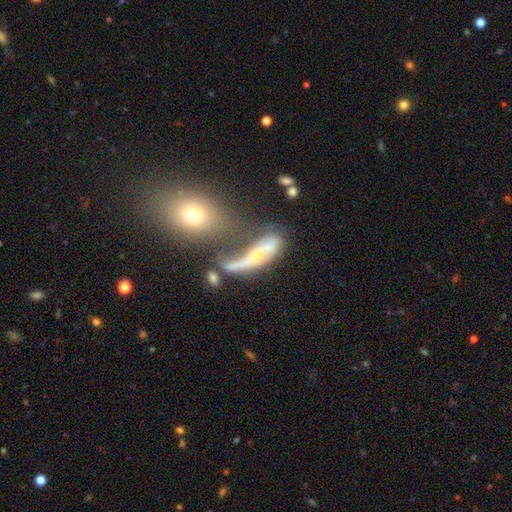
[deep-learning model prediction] This is possibly a featured or disk galaxy (60%). It is likely not viewed edge-on (72%). Merging: marginally merger (35%).